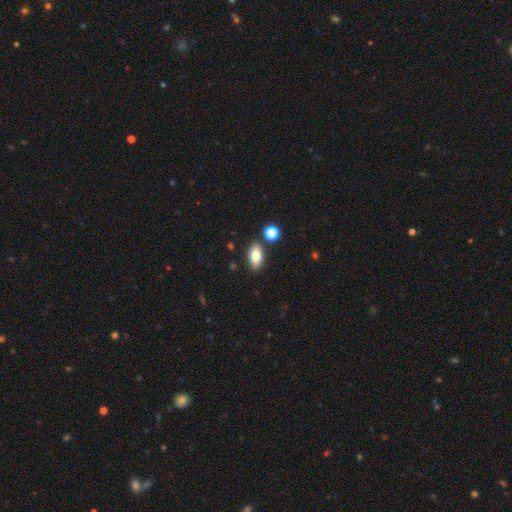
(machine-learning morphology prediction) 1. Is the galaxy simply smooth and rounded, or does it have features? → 78% smooth, 14% featured or disk, 9% star or artifact.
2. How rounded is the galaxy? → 88% in between, 6% round, 6% cigar-shaped.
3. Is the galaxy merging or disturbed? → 83% none, 9% minor disturbance, 6% merger, 2% major disturbance.